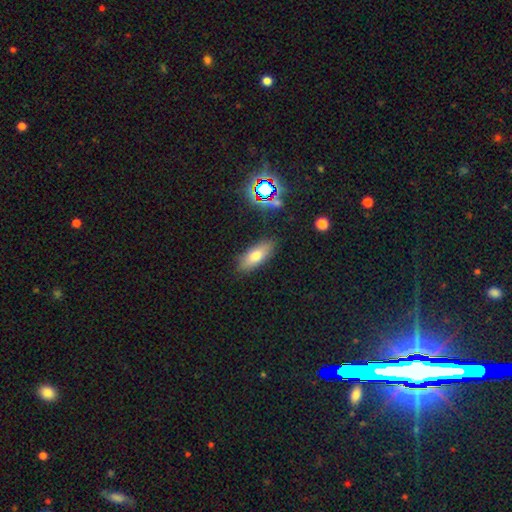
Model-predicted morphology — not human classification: Overall: smooth (72%). How rounded: in between (76%). Merging: none (86%).